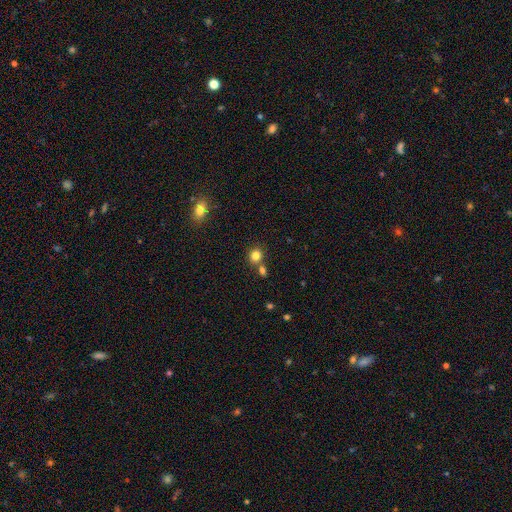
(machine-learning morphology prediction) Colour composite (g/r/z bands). It shows a smooth galaxy with no disk features (81%) that is round (73%). Merging: none (63%).